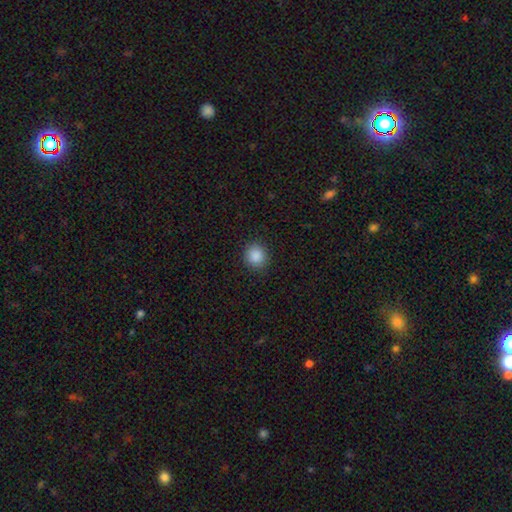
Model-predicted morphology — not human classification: Overall: smooth (88%). How rounded: round (86%). Merging: none (90%).